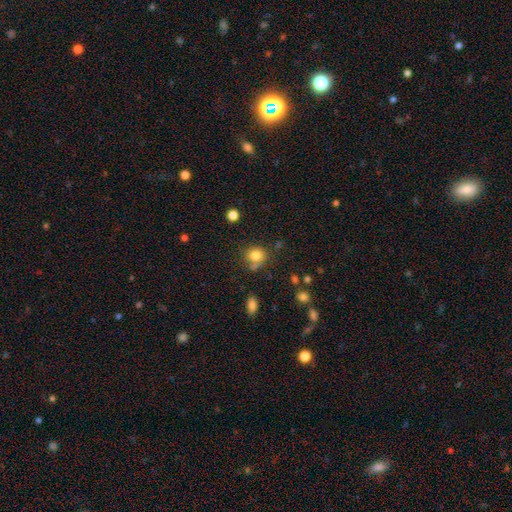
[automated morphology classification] A smooth galaxy with no disk features (82%) that is round (77%). Merging: none (65%).